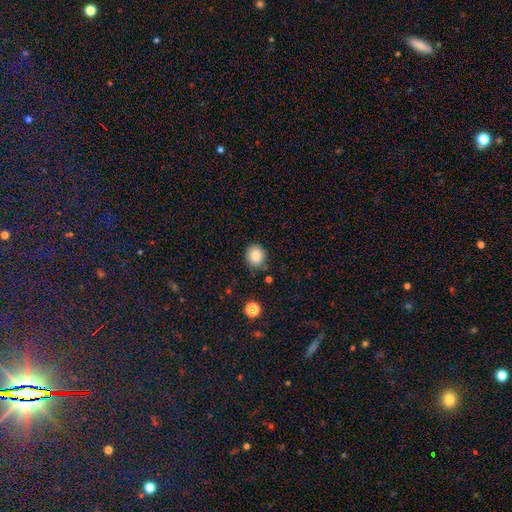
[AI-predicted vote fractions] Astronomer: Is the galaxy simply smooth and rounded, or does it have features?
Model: smooth — 86%.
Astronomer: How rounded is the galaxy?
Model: round — 80%.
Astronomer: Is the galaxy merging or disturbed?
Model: none — 81%.